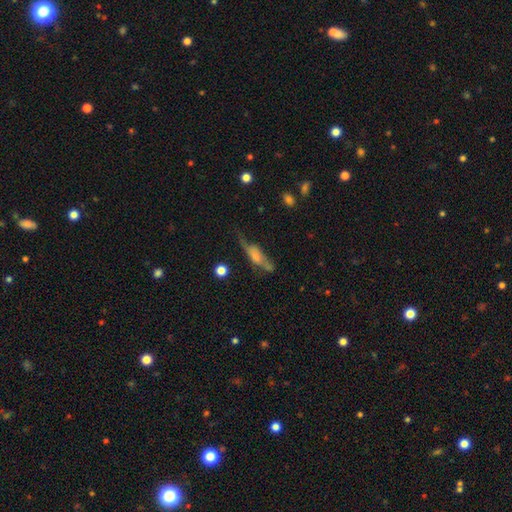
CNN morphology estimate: Smooth or featured? Predicted: featured or disk (p=0.46). Merging? Predicted: none (p=0.44).